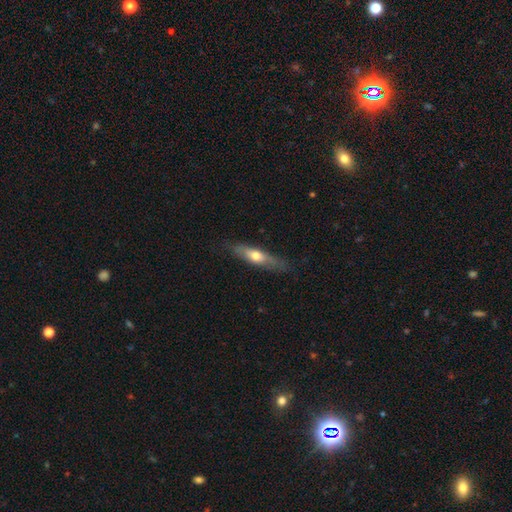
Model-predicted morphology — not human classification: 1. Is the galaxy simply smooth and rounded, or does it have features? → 54% smooth, 40% featured or disk, 6% star or artifact.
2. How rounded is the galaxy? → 67% cigar-shaped, 31% in between, 2% round.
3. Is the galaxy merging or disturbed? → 75% none, 19% minor disturbance, 5% major disturbance, 1% merger.